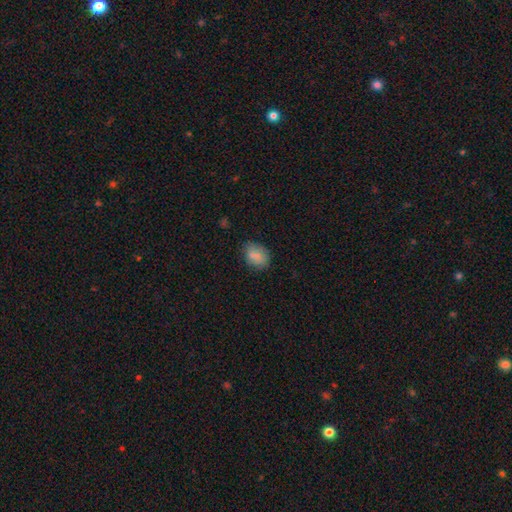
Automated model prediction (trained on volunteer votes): A smooth galaxy with no disk features (82%) that is in between round and cigar-shaped (73%).

Vote fractions:
- Smooth or featured? smooth: 82% / featured or disk: 9% / star or artifact: 9%
- How rounded? in between: 73% / round: 26% / cigar-shaped: 1%
- Merging? none: 71% / minor disturbance: 21% / major disturbance: 5% / merger: 3%